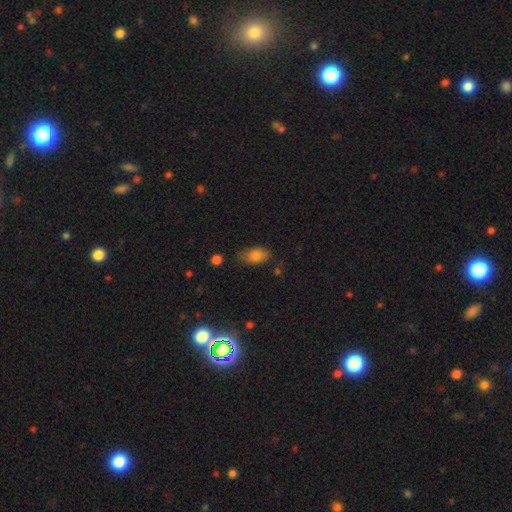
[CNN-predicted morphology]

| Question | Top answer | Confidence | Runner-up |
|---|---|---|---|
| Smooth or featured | smooth | 82% | featured or disk (10%) |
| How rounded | in between | 90% | round (7%) |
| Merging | none | 74% | minor disturbance (19%) |